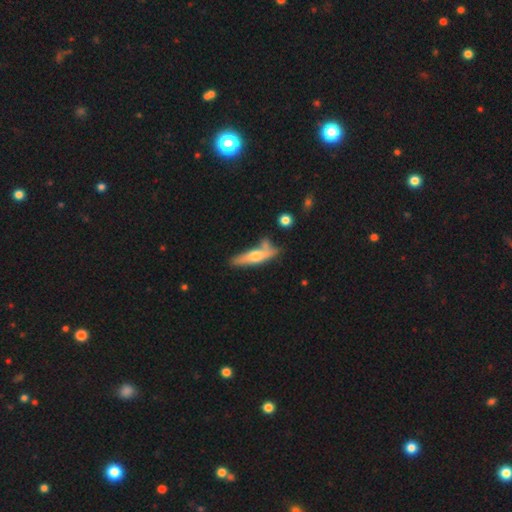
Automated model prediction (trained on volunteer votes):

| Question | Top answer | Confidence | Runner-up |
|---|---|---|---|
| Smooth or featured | featured or disk | 50% | smooth (44%) |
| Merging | none | 61% | minor disturbance (18%) |